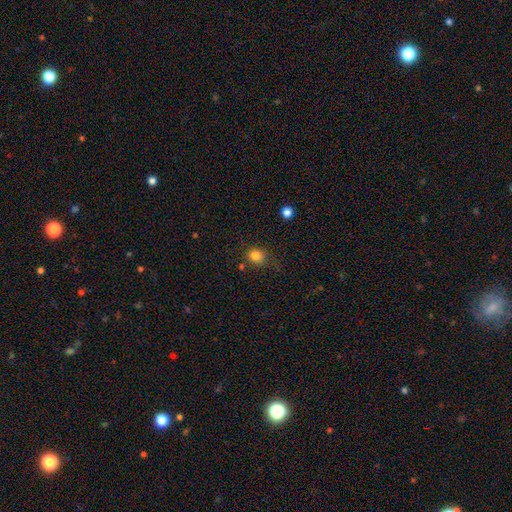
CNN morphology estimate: Smooth or featured?
  - smooth: 82% *
  - star or artifact: 12%
  - featured or disk: 5%
How rounded?
  - round: 81% *
  - in between: 18%
  - cigar-shaped: 1%
Merging?
  - none: 77% *
  - minor disturbance: 14%
  - merger: 4%
  - major disturbance: 4%